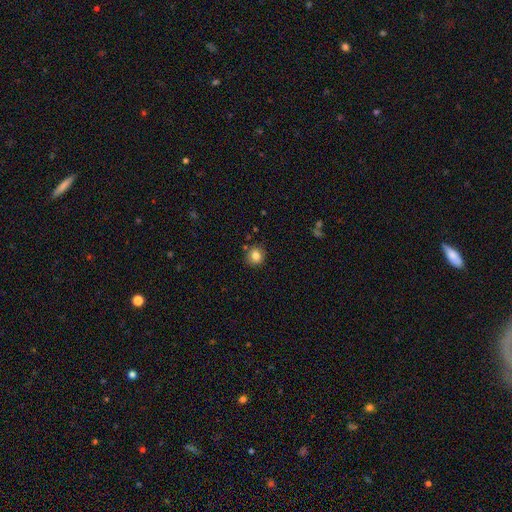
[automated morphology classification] smooth 82%, star or artifact 11%, featured or disk 7%. Down the decision tree: how rounded — round (83%); merging — none (84%).